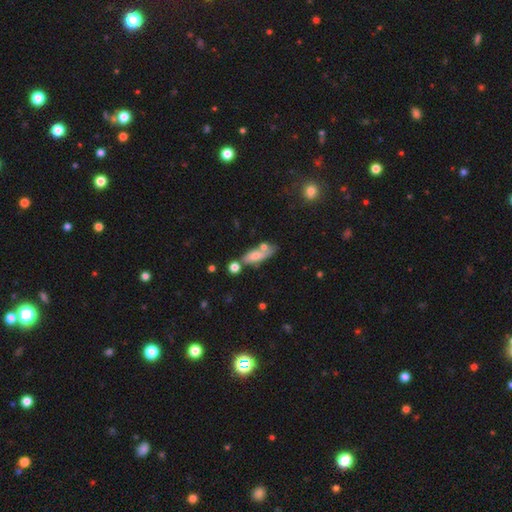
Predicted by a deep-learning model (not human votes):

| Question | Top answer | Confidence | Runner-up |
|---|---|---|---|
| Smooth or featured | smooth | 65% | featured or disk (26%) |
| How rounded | in between | 61% | cigar-shaped (35%) |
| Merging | none | 52% | merger (21%) |